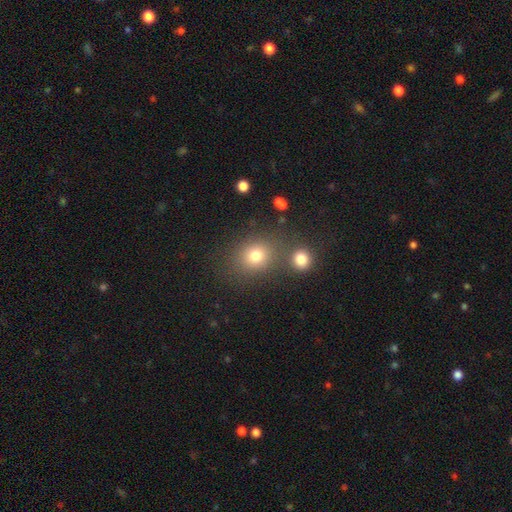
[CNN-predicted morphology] Smooth or featured? smooth (77%)
How rounded? round (70%)
Merging? none (70%)